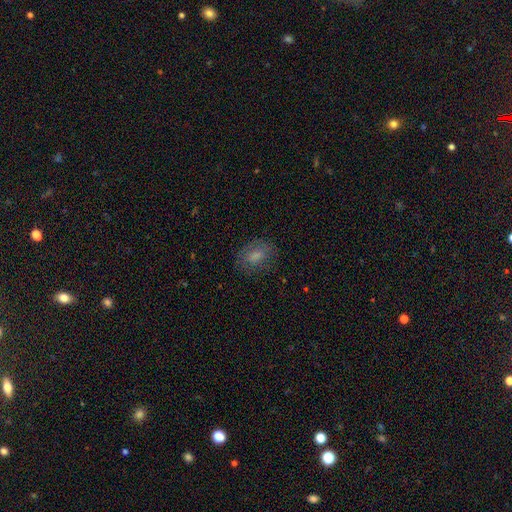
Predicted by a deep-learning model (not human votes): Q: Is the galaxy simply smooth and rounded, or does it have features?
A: smooth — 71%.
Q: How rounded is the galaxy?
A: in between — 76%.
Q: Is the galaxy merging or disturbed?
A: none — 76%.